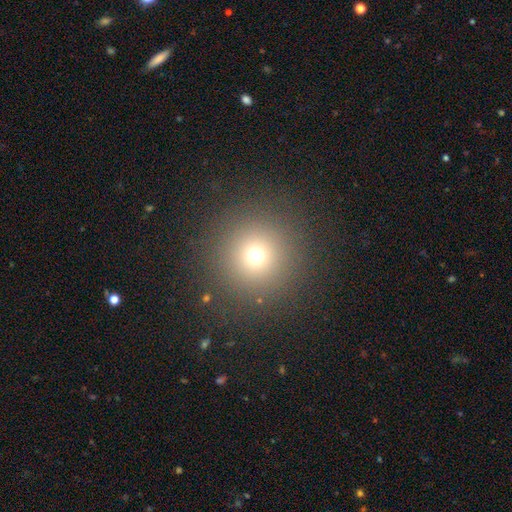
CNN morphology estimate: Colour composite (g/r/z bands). It shows a smooth galaxy with no disk features (69%) that is round (96%). Merging: none (89%).